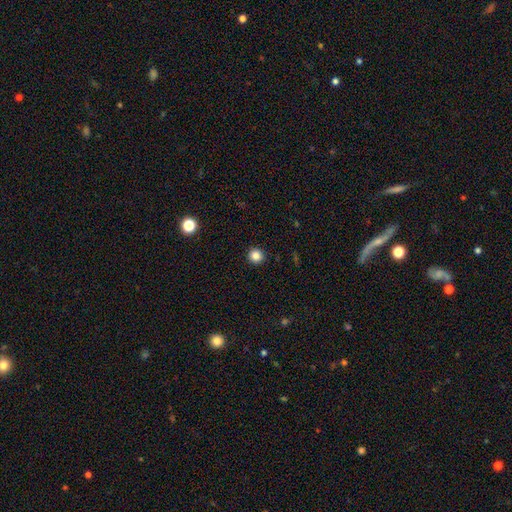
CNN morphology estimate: smooth_or_featured: smooth (p=0.84) [alt: star or artifact p=0.12]
how_rounded: round (p=0.94) [alt: in between p=0.05]
merging: none (p=0.93) [alt: minor disturbance p=0.04]